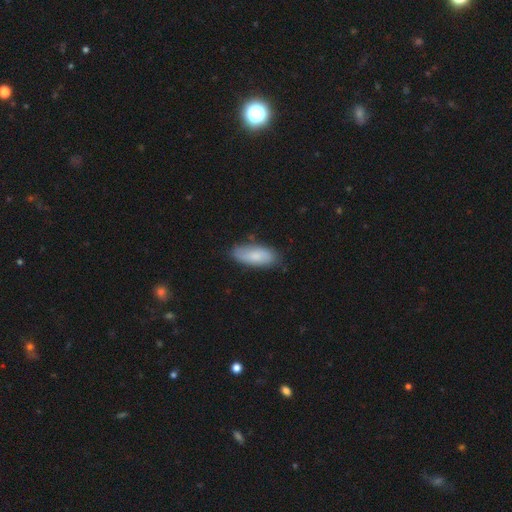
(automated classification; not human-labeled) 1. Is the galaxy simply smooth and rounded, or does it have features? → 78% smooth, 17% featured or disk, 6% star or artifact.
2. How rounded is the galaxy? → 81% in between, 17% cigar-shaped, 2% round.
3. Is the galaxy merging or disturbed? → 77% none, 18% minor disturbance, 3% major disturbance, 2% merger.